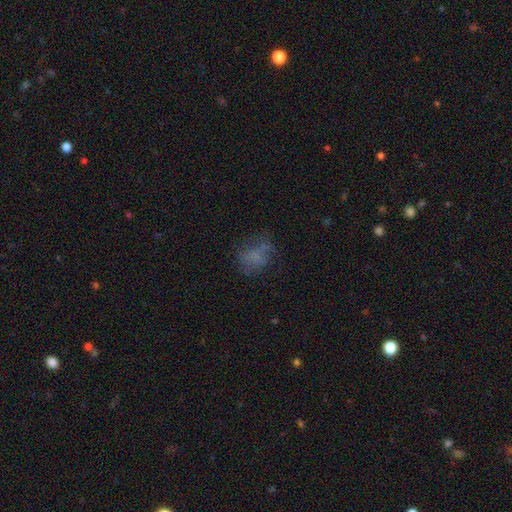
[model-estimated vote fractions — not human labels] Smooth or featured?
  - smooth: 51% *
  - featured or disk: 29%
  - star or artifact: 19%
How rounded?
  - in between: 54% *
  - round: 44%
  - cigar-shaped: 2%
Merging?
  - none: 53% *
  - major disturbance: 23%
  - minor disturbance: 21%
  - merger: 4%